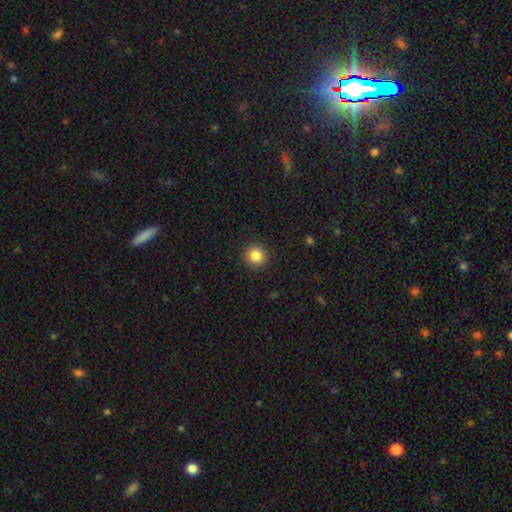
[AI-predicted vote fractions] A smooth galaxy with no disk features (85%) that is round (92%).

Vote fractions:
- Smooth or featured? smooth: 85% / star or artifact: 10% / featured or disk: 5%
- How rounded? round: 92% / in between: 7% / cigar-shaped: 1%
- Merging? none: 92% / minor disturbance: 5% / major disturbance: 2% / merger: 1%